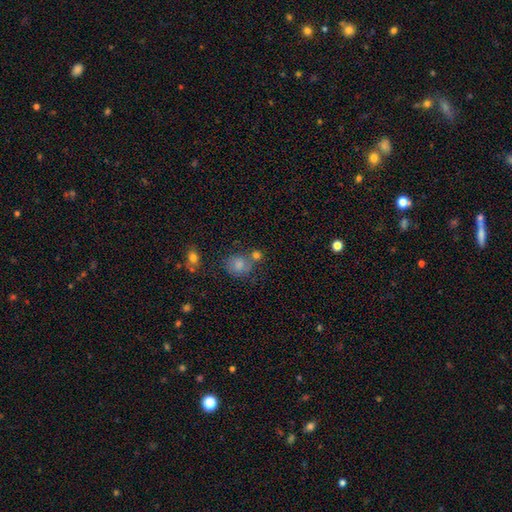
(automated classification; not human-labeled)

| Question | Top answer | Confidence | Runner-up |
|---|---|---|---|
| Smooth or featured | smooth | 67% | star or artifact (20%) |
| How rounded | round | 74% | in between (24%) |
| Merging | none | 58% | merger (22%) |